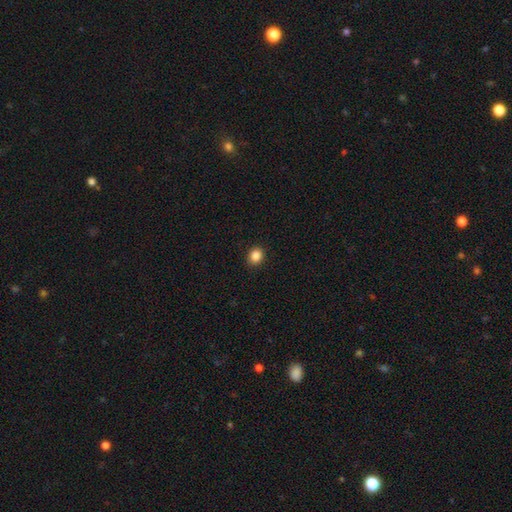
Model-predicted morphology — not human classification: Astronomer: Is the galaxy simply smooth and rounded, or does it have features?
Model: smooth — 86%.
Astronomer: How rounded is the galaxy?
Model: round — 69%.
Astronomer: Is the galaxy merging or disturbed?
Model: none — 91%.